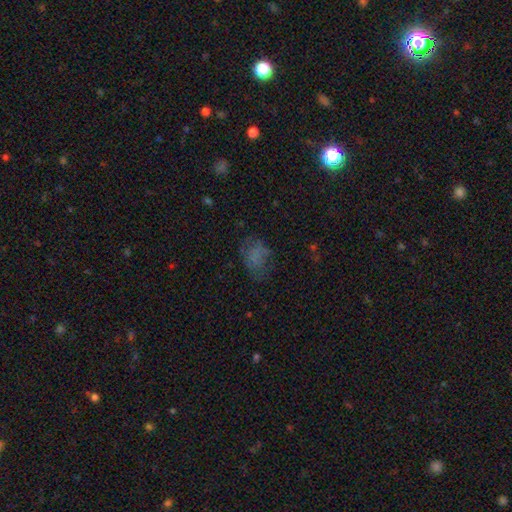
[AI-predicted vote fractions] Smooth or featured? Predicted: smooth (p=0.60). How rounded? Predicted: in between (p=0.74). Merging? Predicted: none (p=0.53).